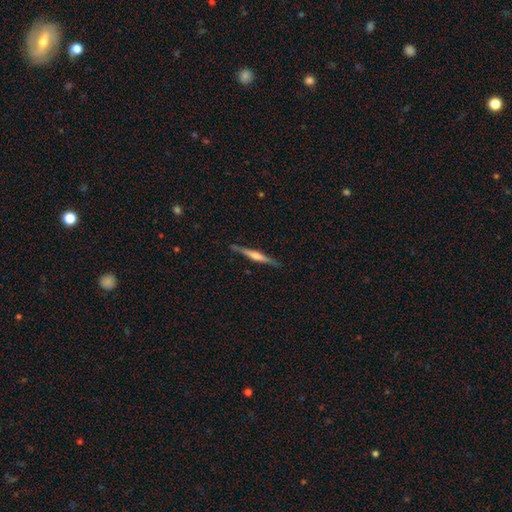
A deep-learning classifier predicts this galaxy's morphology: smooth_or_featured: featured or disk (p=0.64) [alt: smooth p=0.31]
disk_edge_on: yes (p=0.97) [alt: no p=0.03]
edge_on_bulge: rounded (p=0.64) [alt: boxy p=0.20]
merging: none (p=0.87) [alt: minor disturbance p=0.10]